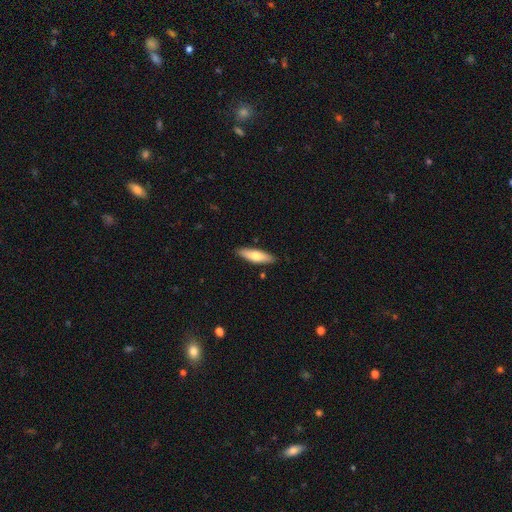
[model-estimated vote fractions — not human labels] Smooth or featured?
  - smooth: 66% *
  - featured or disk: 28%
  - star or artifact: 6%
How rounded?
  - cigar-shaped: 54% *
  - in between: 44%
  - round: 2%
Merging?
  - none: 88% *
  - minor disturbance: 9%
  - major disturbance: 2%
  - merger: 2%